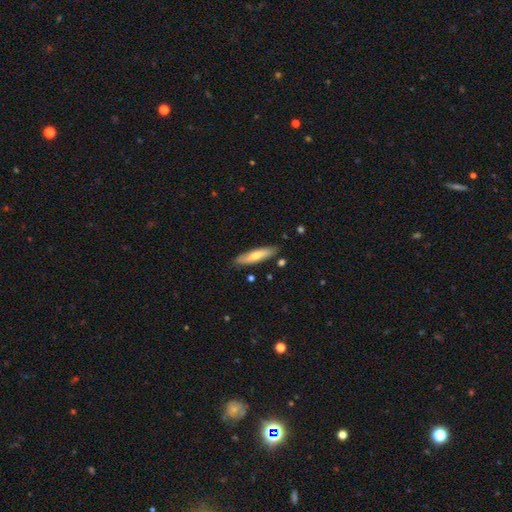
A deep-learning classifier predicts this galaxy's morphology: This appears to be a smooth galaxy with no disk features (64%) that is cigar-shaped (72%). Merging: none (84%).